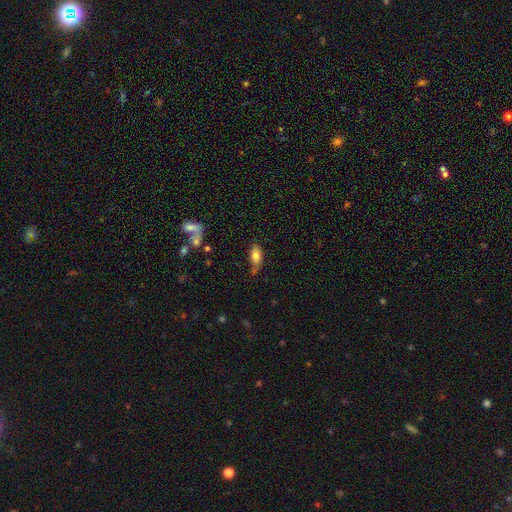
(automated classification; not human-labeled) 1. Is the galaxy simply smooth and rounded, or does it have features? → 77% smooth, 16% featured or disk, 8% star or artifact.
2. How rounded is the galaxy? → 84% in between, 12% cigar-shaped, 4% round.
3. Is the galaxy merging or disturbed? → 56% none, 29% minor disturbance, 9% major disturbance, 7% merger.